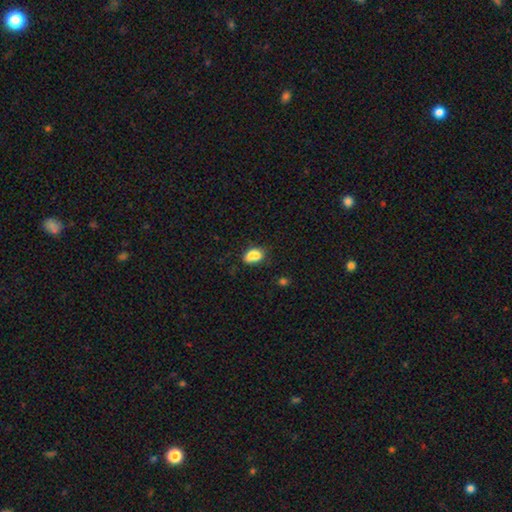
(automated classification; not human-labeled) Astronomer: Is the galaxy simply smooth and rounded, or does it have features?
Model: smooth — 83%.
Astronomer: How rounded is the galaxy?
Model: in between — 81%.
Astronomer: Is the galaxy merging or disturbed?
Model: none — 56%.